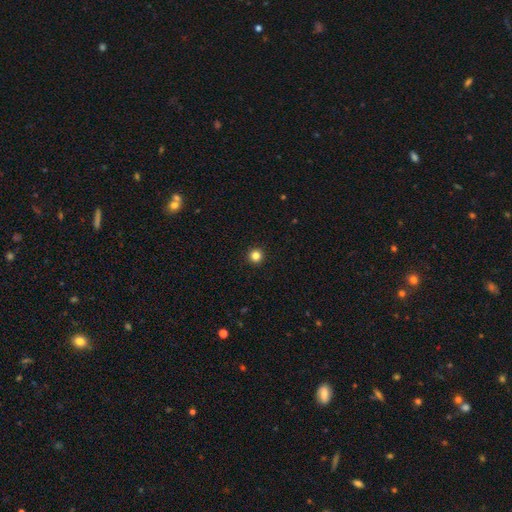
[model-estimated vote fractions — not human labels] smooth-or-featured: smooth: 84% | star or artifact: 12% | featured or disk: 4%
  how-rounded: round: 96% | in between: 3% | cigar-shaped: 1%
  merging: none: 94% | minor disturbance: 4% | major disturbance: 1% | merger: 1%